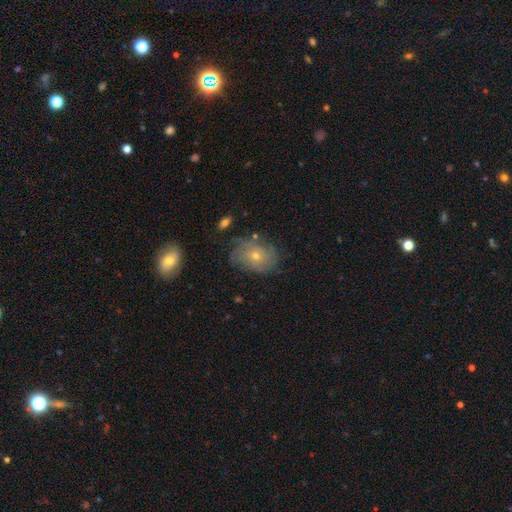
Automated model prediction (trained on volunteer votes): This appears to be a featured or disk galaxy (51%). Merging: none (72%).